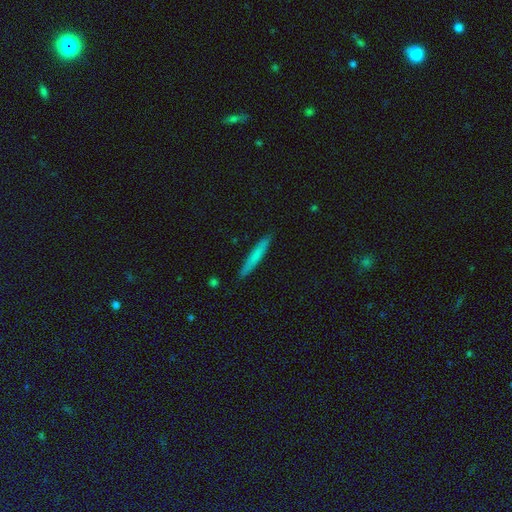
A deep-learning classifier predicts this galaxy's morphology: This appears to be a smooth galaxy with no disk features (71%) that is cigar-shaped (96%). Merging: none (91%).